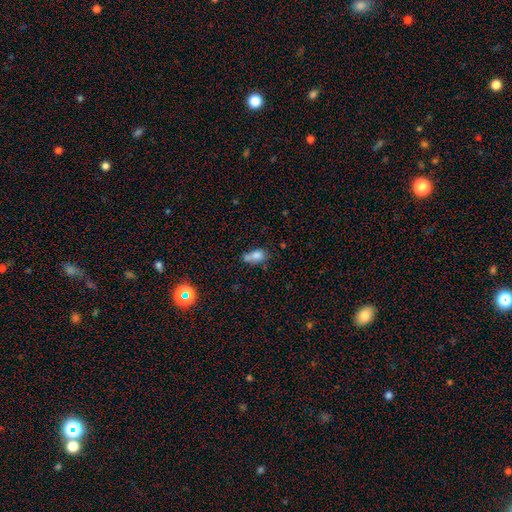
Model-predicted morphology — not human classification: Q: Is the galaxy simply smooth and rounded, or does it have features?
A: smooth — 74%.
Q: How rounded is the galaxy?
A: in between — 75%.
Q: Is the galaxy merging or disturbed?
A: merger — 37%.